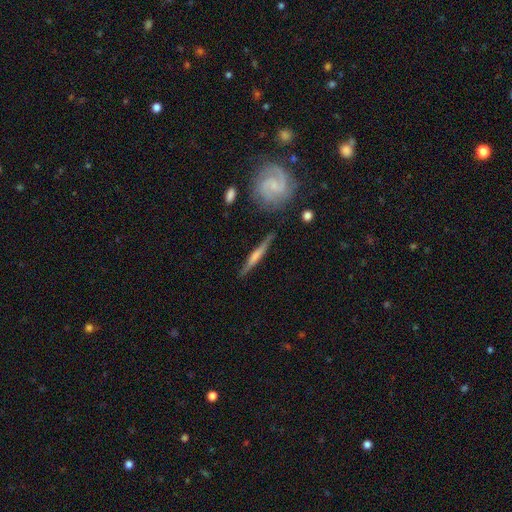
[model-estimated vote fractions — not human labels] Overall: featured or disk (52%; smooth 42%). Edge-on disk: yes (91%). Merging: none (79%).